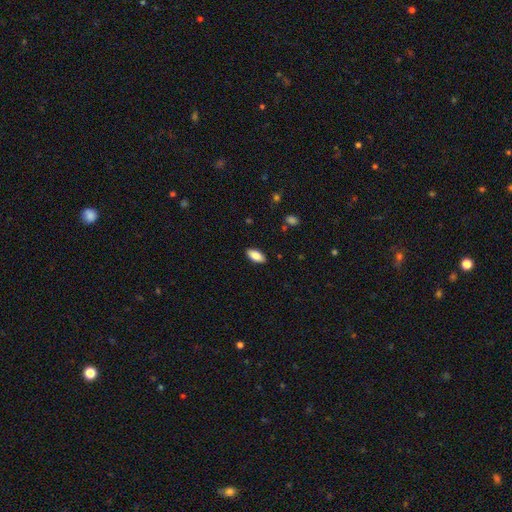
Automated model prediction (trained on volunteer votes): Smooth or featured: smooth — 85% (featured or disk — 9%)
How rounded: in between — 90% (cigar-shaped — 8%)
Merging: none — 89% (minor disturbance — 8%)